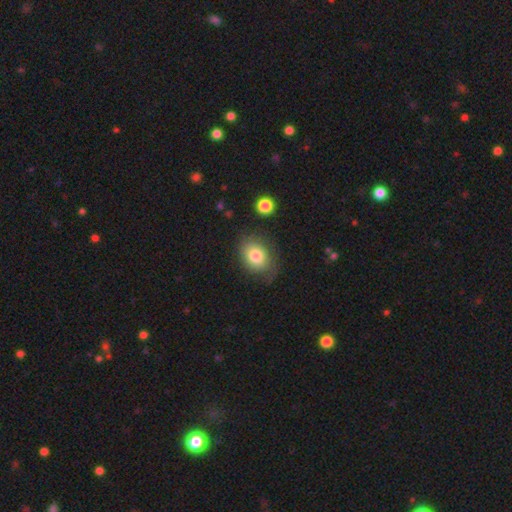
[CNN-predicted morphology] Overall: smooth (77%). How rounded: in between (60%; round 39%). Merging: none (62%; minor disturbance 25%).